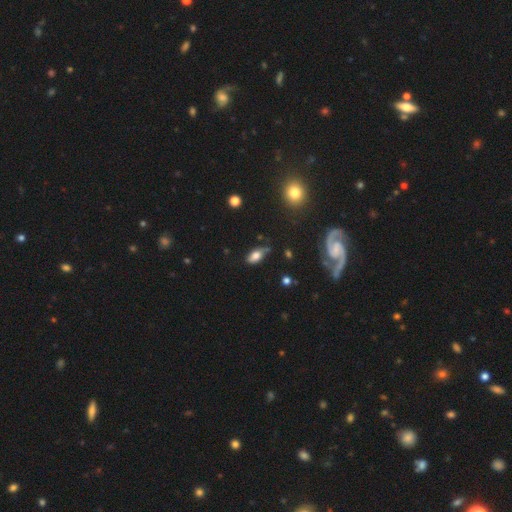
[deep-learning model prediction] smooth_or_featured: smooth (p=0.74) [alt: featured or disk p=0.17]
how_rounded: in between (p=0.89) [alt: cigar-shaped p=0.05]
merging: none (p=0.60) [alt: minor disturbance p=0.28]